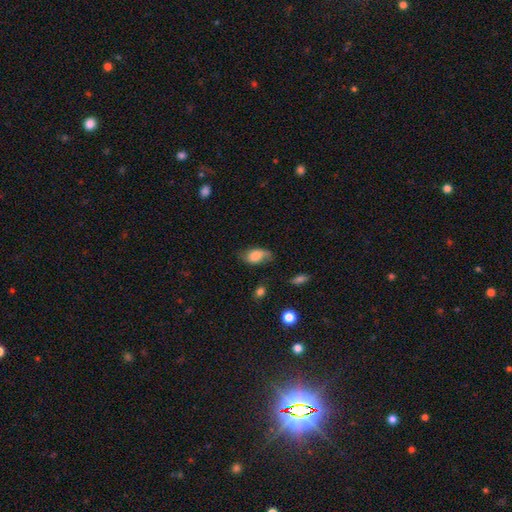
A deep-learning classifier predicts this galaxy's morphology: Smooth or featured? smooth (71%)
How rounded? in between (90%)
Merging? none (54%)